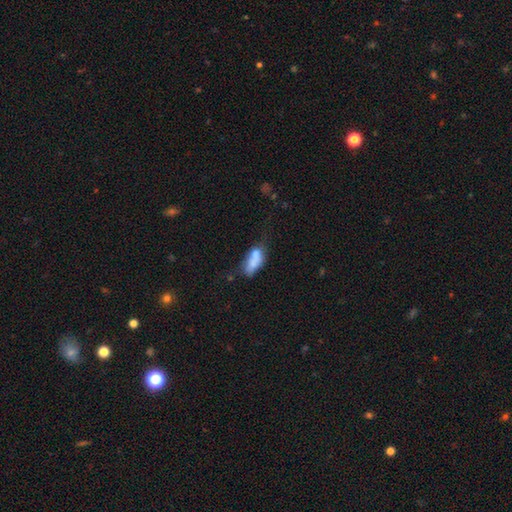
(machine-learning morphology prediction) This appears to be a smooth galaxy with no disk features (70%) that is in between round and cigar-shaped (79%). Merging: none (33%).